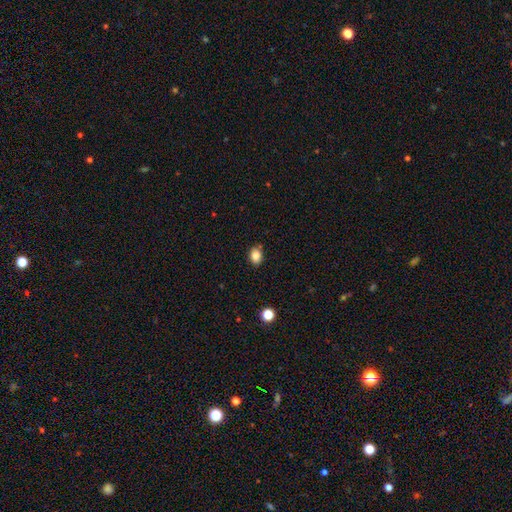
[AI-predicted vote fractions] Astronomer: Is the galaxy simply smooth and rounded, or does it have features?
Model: smooth — 84%.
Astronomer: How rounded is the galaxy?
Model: in between — 64%.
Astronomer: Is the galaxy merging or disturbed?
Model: none — 82%.